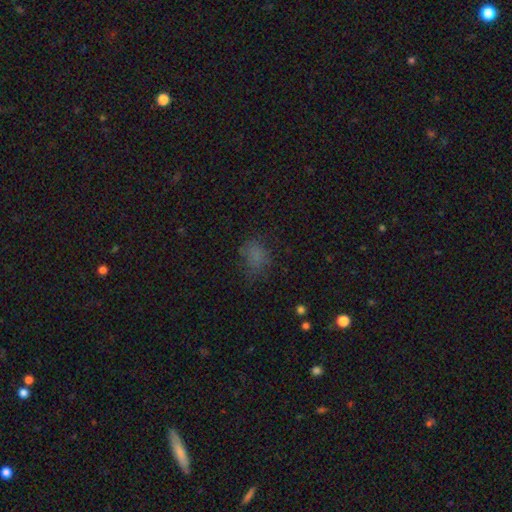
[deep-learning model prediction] This appears to be a smooth galaxy with no disk features (69%) that is in between round and cigar-shaped (60%). Merging: none (56%).